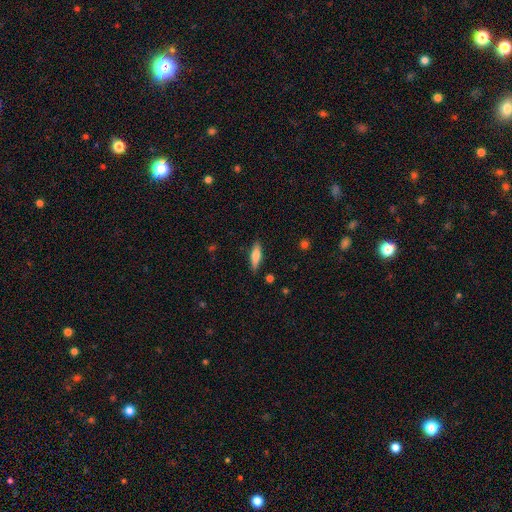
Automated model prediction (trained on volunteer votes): This is likely a smooth galaxy (69%). How rounded: likely cigar-shaped (60%). Merging: clearly none (86%).